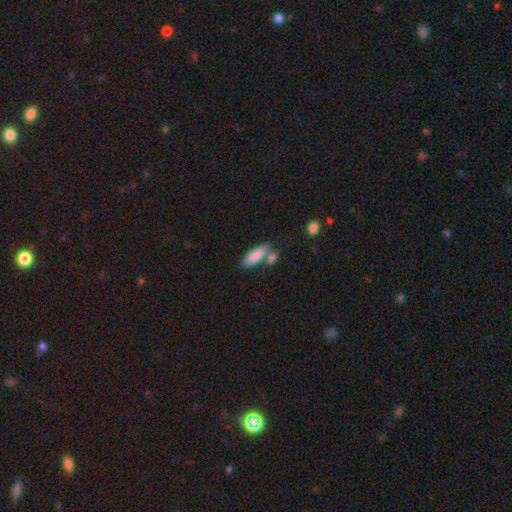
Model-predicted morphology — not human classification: A smooth galaxy with no disk features (86%) that is in between round and cigar-shaped (65%).

Vote fractions:
- Smooth or featured? smooth: 86% / featured or disk: 8% / star or artifact: 6%
- How rounded? in between: 65% / cigar-shaped: 32% / round: 2%
- Merging? none: 57% / merger: 28% / minor disturbance: 12% / major disturbance: 4%